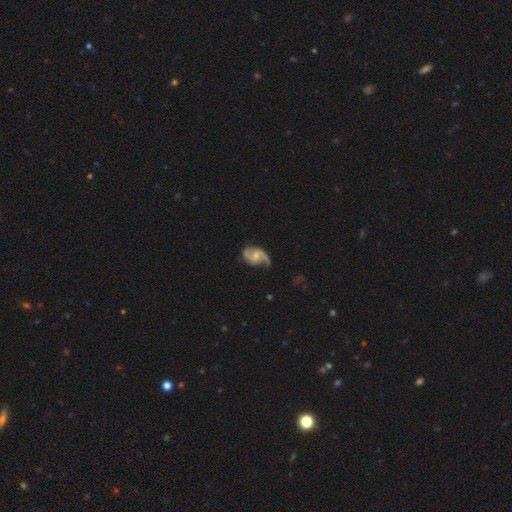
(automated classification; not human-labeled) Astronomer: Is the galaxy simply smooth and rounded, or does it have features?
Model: featured or disk — 83%.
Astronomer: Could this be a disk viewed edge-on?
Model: no — 98%.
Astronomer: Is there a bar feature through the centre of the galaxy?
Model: no — 48% (runner-up: weak, 42%).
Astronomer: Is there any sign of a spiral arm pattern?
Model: yes — 94%.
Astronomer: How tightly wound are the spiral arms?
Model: medium — 44% (runner-up: loose, 42%).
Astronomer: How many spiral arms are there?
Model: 2 — 82%.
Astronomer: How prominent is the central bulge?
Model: moderate — 48% (runner-up: small, 41%).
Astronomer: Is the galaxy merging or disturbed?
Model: none — 54%.